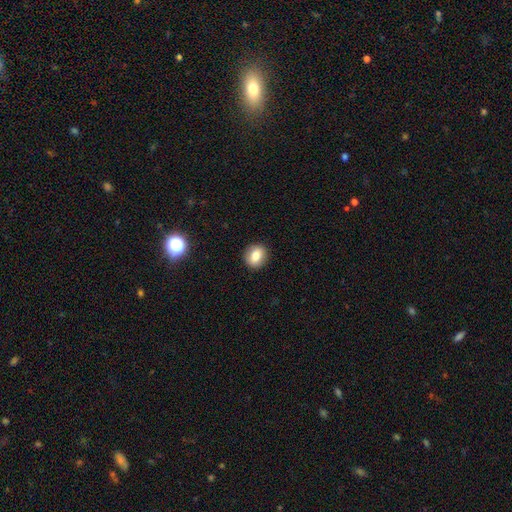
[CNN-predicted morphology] Q: Smooth or featured?
A: smooth (80%); runner-up: featured or disk (10%)
Q: How rounded?
A: round (73%); runner-up: in between (26%)
Q: Merging?
A: none (90%); runner-up: minor disturbance (7%)